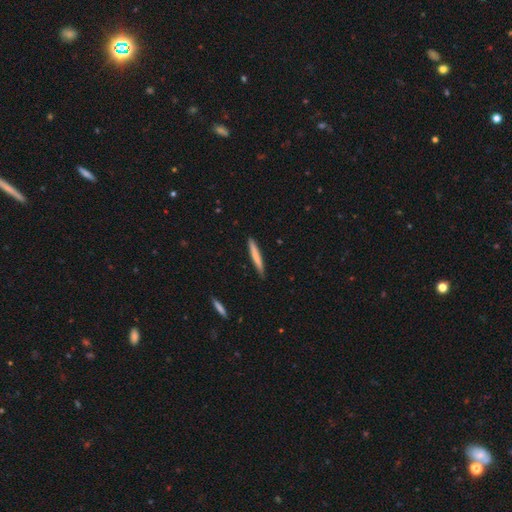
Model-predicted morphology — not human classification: type=smooth (73%); roundness=cigar-shaped (96%); merging=none (88%).